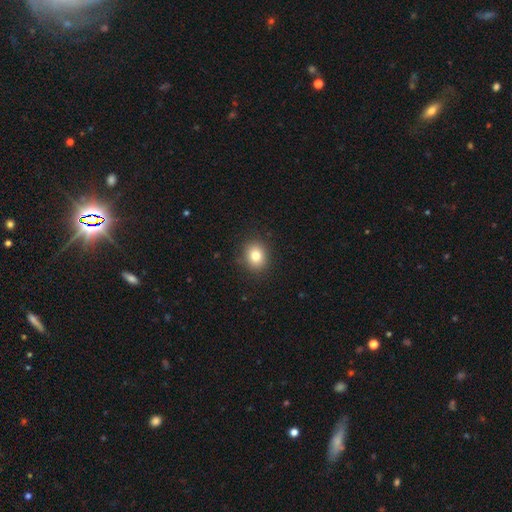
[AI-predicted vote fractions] The model was most divided on "how rounded": round: 62%, in between: 38%, cigar-shaped: 1%. More confident: merging — none (88%); smooth or featured — smooth (82%).